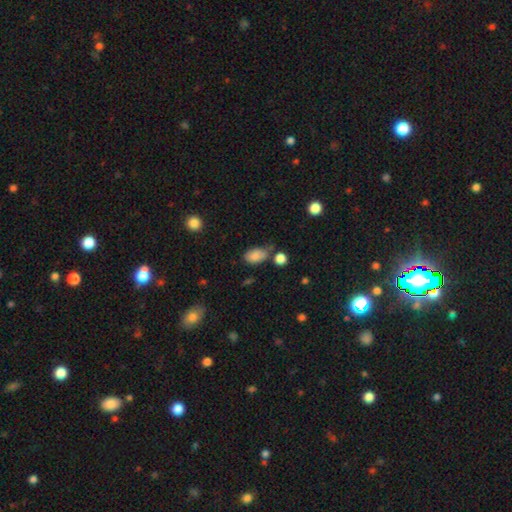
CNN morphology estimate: This appears to be a smooth galaxy with no disk features (83%) that is in between round and cigar-shaped (89%). Merging: none (53%).